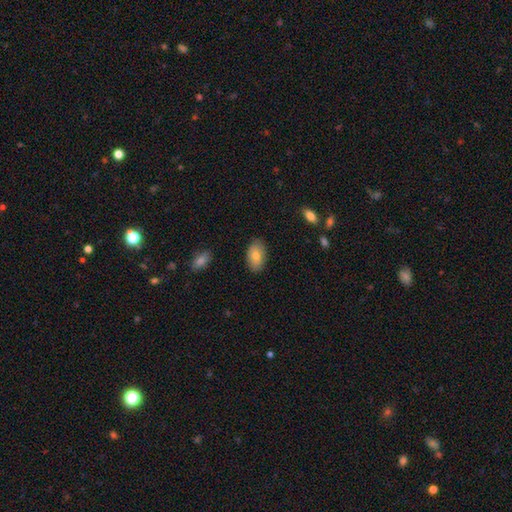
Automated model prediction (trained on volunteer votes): smooth-or-featured: smooth: 76% | featured or disk: 17% | star or artifact: 7%
  how-rounded: in between: 91% | round: 7% | cigar-shaped: 1%
  merging: none: 84% | minor disturbance: 12% | major disturbance: 2% | merger: 1%